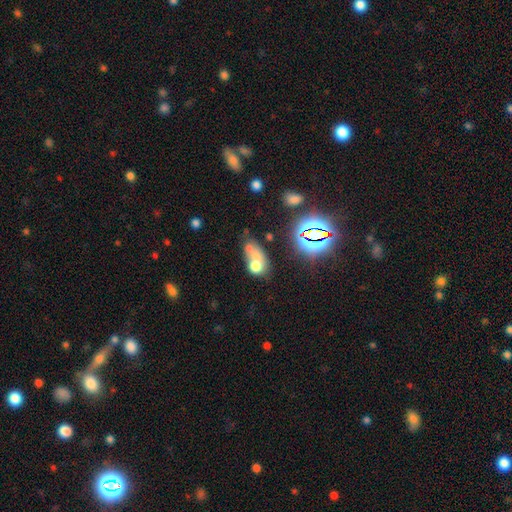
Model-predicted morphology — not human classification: A smooth galaxy with no disk features (55%) that is in between round and cigar-shaped (64%).

Vote fractions:
- Smooth or featured? smooth: 55% / featured or disk: 25% / star or artifact: 20%
- How rounded? in between: 64% / round: 32% / cigar-shaped: 3%
- Merging? merger: 47% / none: 25% / major disturbance: 14% / minor disturbance: 14%